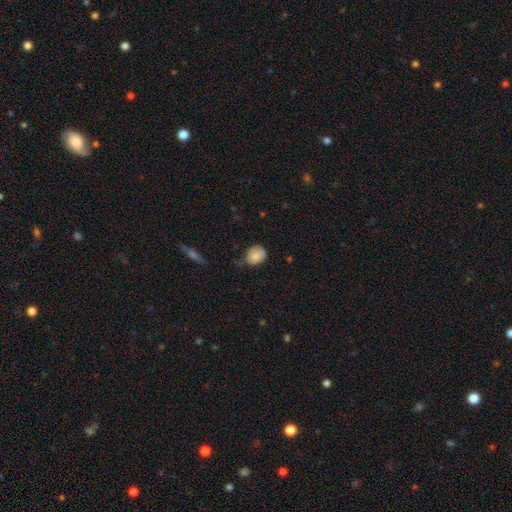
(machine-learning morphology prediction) smooth_or_featured: smooth (p=0.79) [alt: featured or disk p=0.13]
how_rounded: round (p=0.60) [alt: in between p=0.39]
merging: none (p=0.50) [alt: minor disturbance p=0.39]